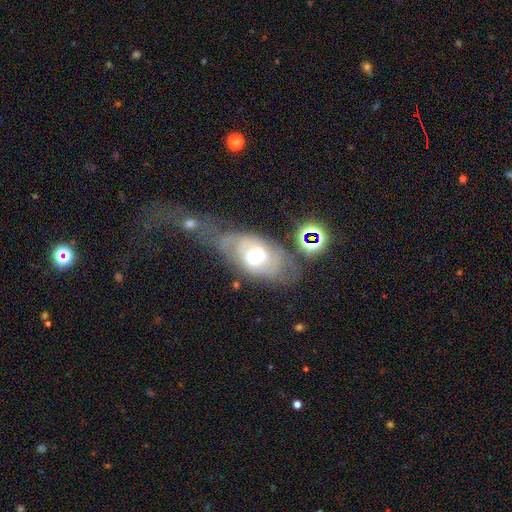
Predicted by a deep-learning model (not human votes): Q: Smooth or featured?
A: featured or disk (62%); runner-up: smooth (28%)
Q: Edge-on disk?
A: no (92%); runner-up: yes (8%)
Q: Bar?
A: no (56%); runner-up: weak (32%)
Q: Spiral arms?
A: yes (57%); runner-up: no (43%)
Q: Bulge size?
A: moderate (60%); runner-up: small (24%)
Q: Merging?
A: none (37%); runner-up: major disturbance (25%)